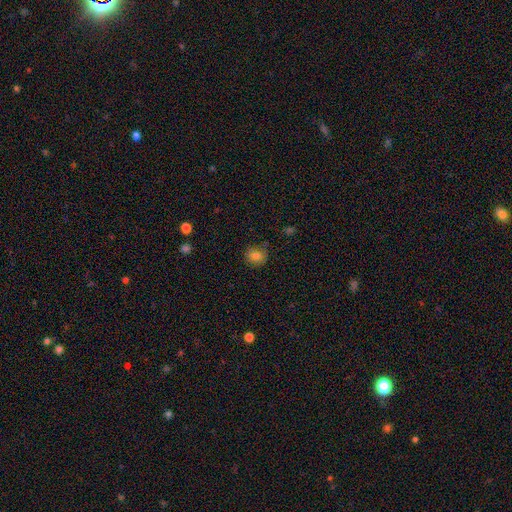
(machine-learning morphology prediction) Smooth or featured: smooth — 82% (star or artifact — 11%)
How rounded: round — 80% (in between — 19%)
Merging: none — 78% (minor disturbance — 17%)